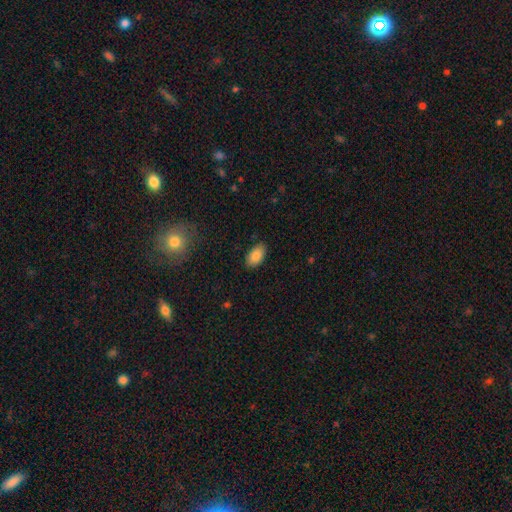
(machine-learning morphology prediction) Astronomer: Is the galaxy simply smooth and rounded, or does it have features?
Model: smooth — 84%.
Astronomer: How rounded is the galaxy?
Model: in between — 94%.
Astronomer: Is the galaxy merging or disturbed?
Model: none — 86%.